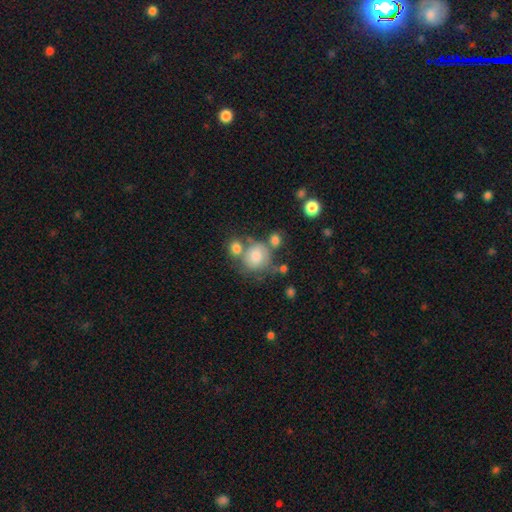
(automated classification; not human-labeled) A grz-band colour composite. It shows a smooth galaxy with no disk features (72%) that is round (80%). Merging: none (45%).